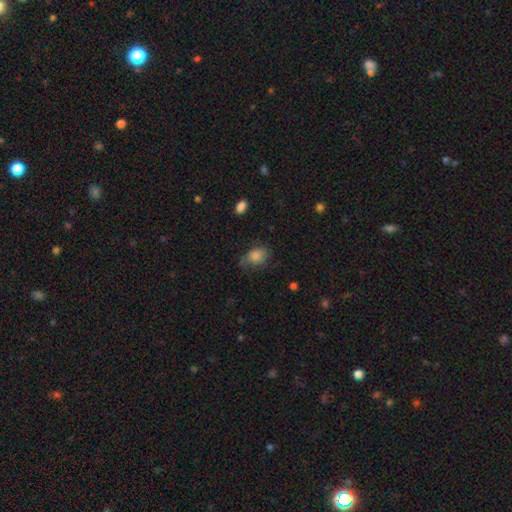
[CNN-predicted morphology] A smooth galaxy with no disk features (75%) that is in between round and cigar-shaped (65%).

Vote fractions:
- Smooth or featured? smooth: 75% / featured or disk: 14% / star or artifact: 11%
- How rounded? in between: 65% / round: 34% / cigar-shaped: 1%
- Merging? none: 50% / minor disturbance: 31% / major disturbance: 17% / merger: 2%